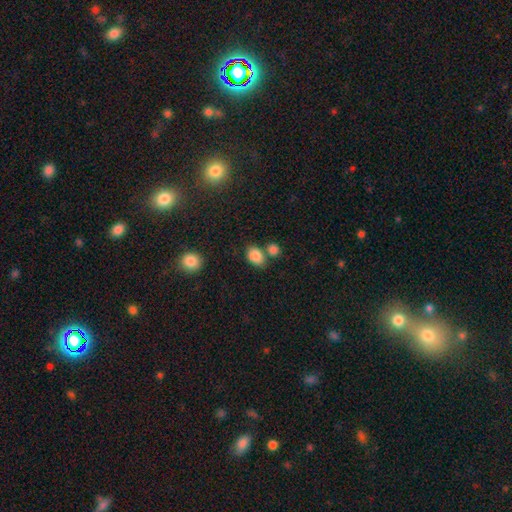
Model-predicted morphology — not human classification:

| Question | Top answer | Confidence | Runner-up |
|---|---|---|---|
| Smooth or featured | smooth | 86% | star or artifact (9%) |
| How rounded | in between | 75% | round (24%) |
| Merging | none | 60% | merger (23%) |